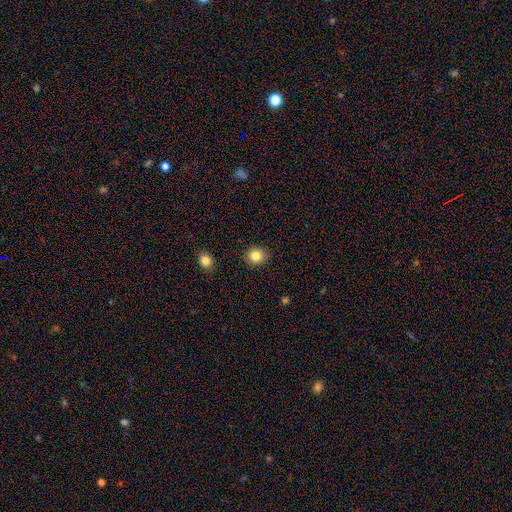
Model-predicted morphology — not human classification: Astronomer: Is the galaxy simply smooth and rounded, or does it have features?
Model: smooth — 83%.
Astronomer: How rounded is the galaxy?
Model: round — 85%.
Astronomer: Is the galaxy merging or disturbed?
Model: none — 90%.